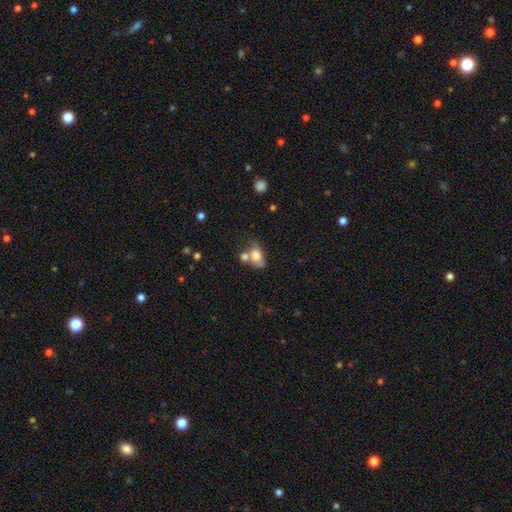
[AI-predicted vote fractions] Smooth or featured: smooth — 74% (featured or disk — 17%)
How rounded: in between — 83% (round — 15%)
Merging: merger — 41% (none — 33%)